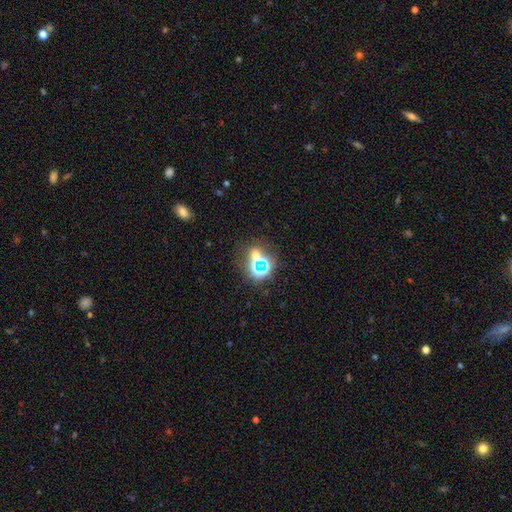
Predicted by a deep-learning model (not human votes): smooth-or-featured: star or artifact: 61% | smooth: 28% | featured or disk: 11%